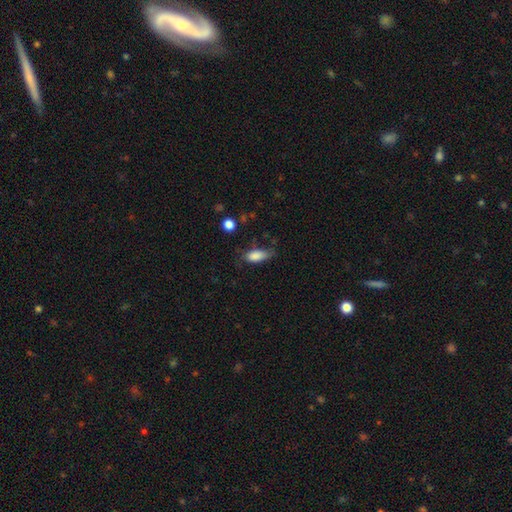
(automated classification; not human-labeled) smooth_or_featured: smooth (p=0.84) [alt: featured or disk p=0.08]
how_rounded: in between (p=0.82) [alt: cigar-shaped p=0.14]
merging: none (p=0.52) [alt: minor disturbance p=0.34]